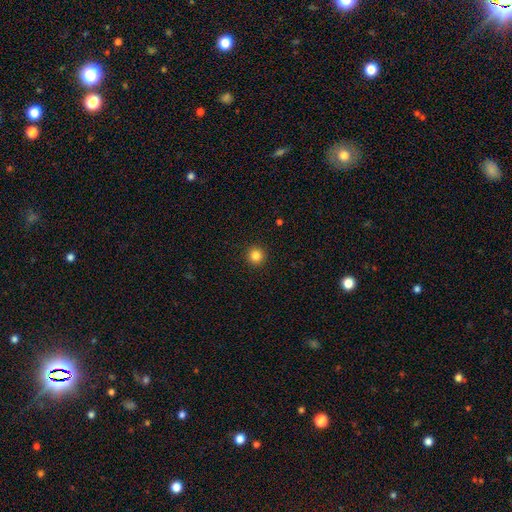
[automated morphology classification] smooth 84%, star or artifact 11%, featured or disk 4%. Down the decision tree: how rounded — round (96%); merging — none (93%).